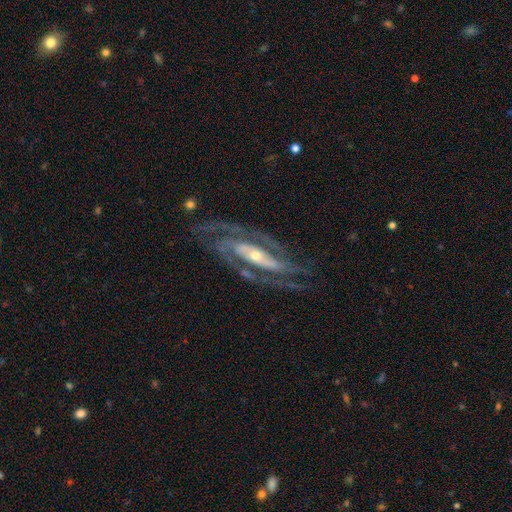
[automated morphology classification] This appears to be a featured or disk galaxy (91%) with a strong bar (43%), 2 (56%) tight (48%) spiral arms (97%) and a small central bulge (55%). Merging: none (74%).